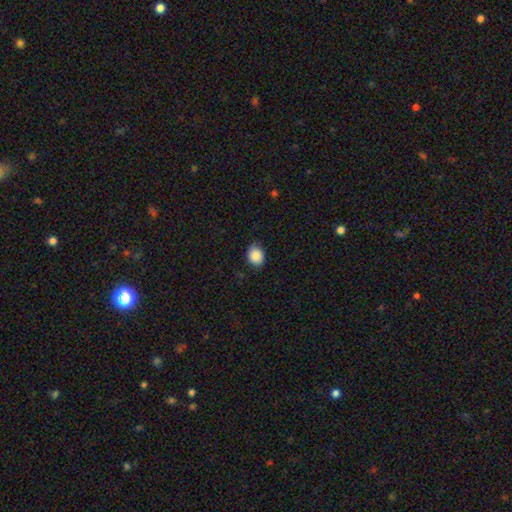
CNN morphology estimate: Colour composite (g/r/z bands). It shows a smooth galaxy with no disk features (88%) that is round (54%). Merging: none (81%).